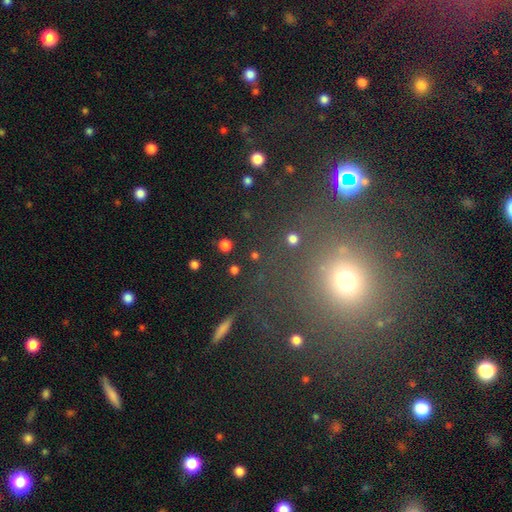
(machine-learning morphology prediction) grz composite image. It shows a smooth galaxy with no disk features (45%). Merging: none (81%).